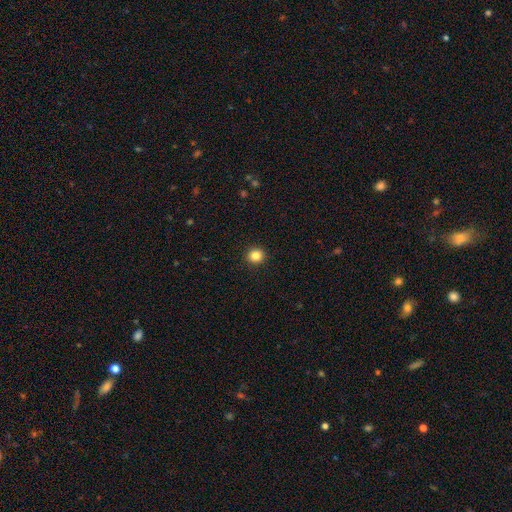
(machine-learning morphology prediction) Smooth or featured? smooth (84%)
How rounded? round (90%)
Merging? none (93%)